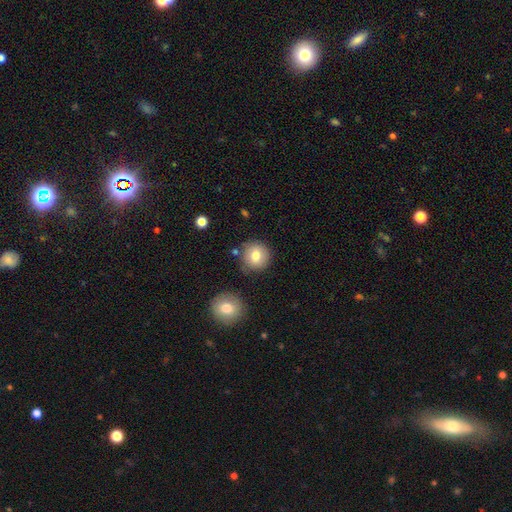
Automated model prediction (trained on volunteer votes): Smooth or featured?
  - smooth: 79% *
  - featured or disk: 12%
  - star or artifact: 9%
How rounded?
  - round: 92% *
  - in between: 7%
  - cigar-shaped: 1%
Merging?
  - none: 80% *
  - minor disturbance: 11%
  - merger: 6%
  - major disturbance: 3%